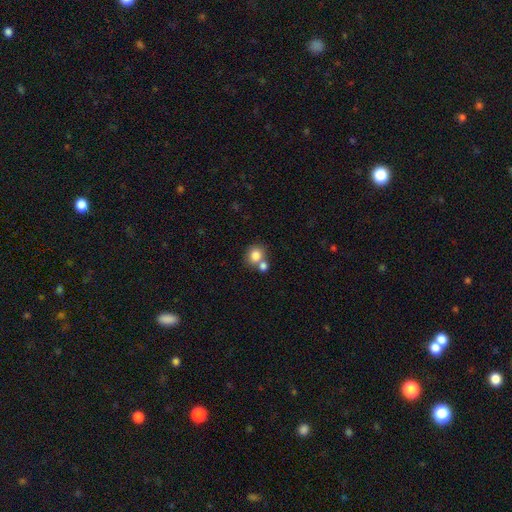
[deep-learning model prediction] smooth 81%, star or artifact 10%, featured or disk 9%. Down the decision tree: how rounded — round (74%); merging — none (49%).